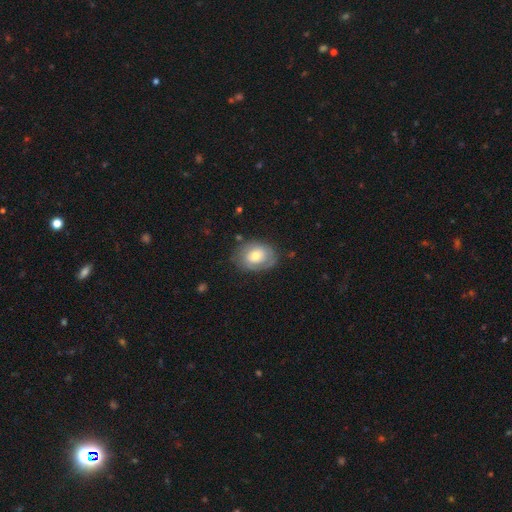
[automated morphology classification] Smooth or featured: smooth — 46% (tied with featured or disk — 46%)
Merging: none — 71% (minor disturbance — 20%)